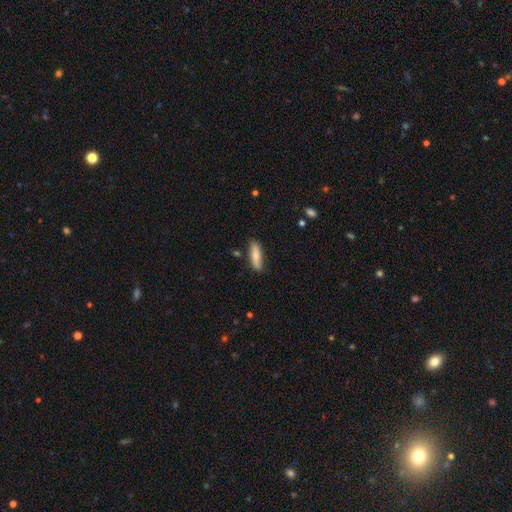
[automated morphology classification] This appears to be a smooth galaxy with no disk features (72%) that is cigar-shaped (59%). Merging: none (83%).